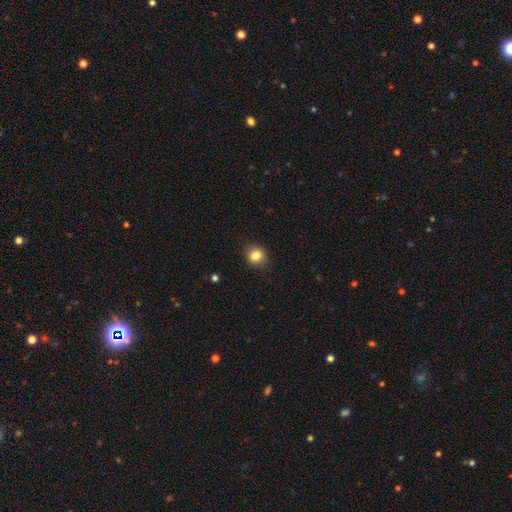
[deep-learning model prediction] Overall: smooth (83%). How rounded: round (78%). Merging: none (89%).